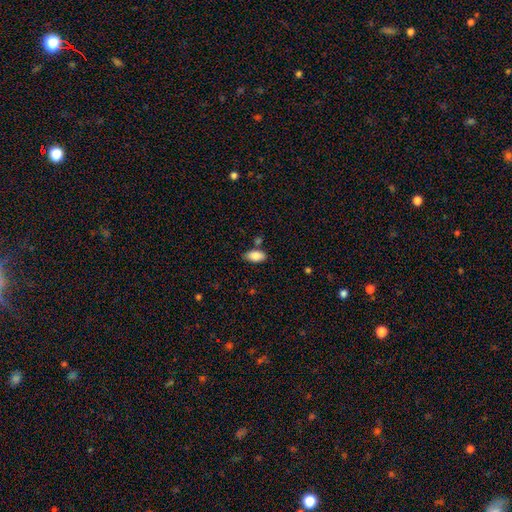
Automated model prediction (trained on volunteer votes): This appears to be a smooth galaxy with no disk features (85%) that is in between round and cigar-shaped (93%). Merging: none (74%).